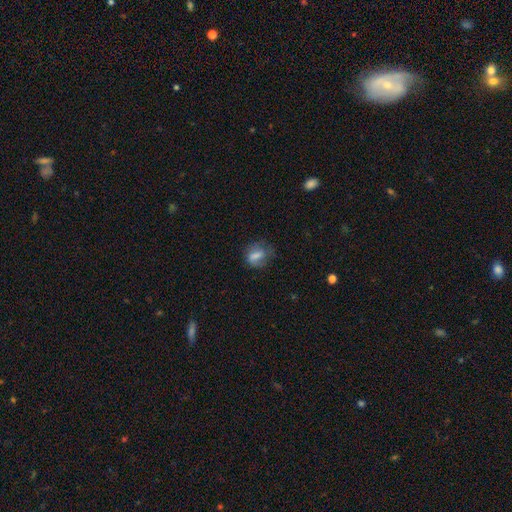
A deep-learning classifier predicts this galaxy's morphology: A smooth galaxy with no disk features (65%) that is in between round and cigar-shaped (56%).

Vote fractions:
- Smooth or featured? smooth: 65% / featured or disk: 25% / star or artifact: 10%
- How rounded? in between: 56% / round: 40% / cigar-shaped: 4%
- Merging? none: 55% / minor disturbance: 26% / major disturbance: 17% / merger: 2%